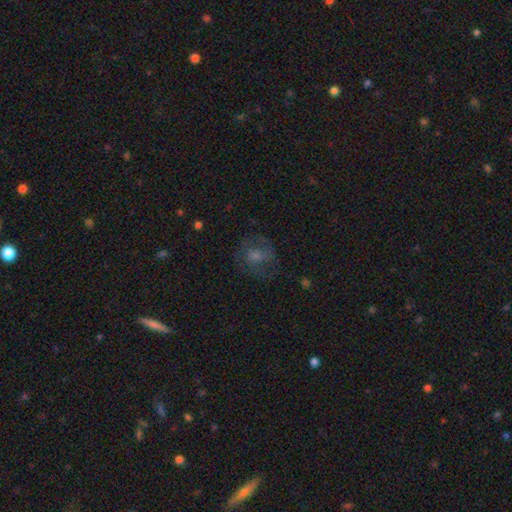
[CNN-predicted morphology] Smooth or featured? Predicted: featured or disk (p=0.43). Merging? Predicted: none (p=0.66).